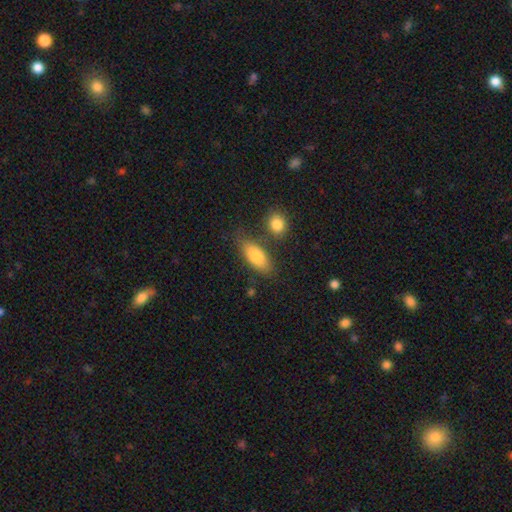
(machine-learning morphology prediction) The model was most divided on "merging": none: 67%, minor disturbance: 16%, merger: 12%, major disturbance: 5%. More confident: how rounded — in between (84%); smooth or featured — smooth (82%).